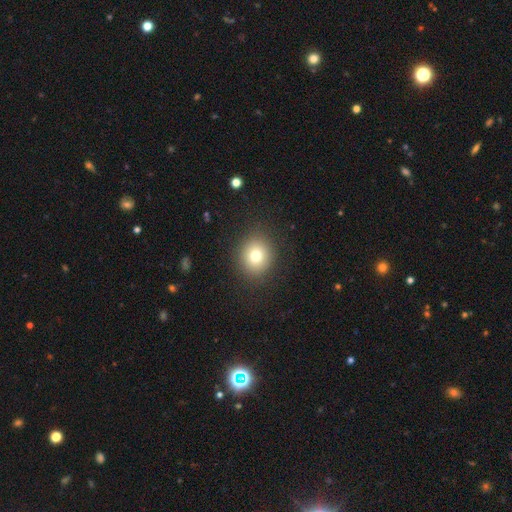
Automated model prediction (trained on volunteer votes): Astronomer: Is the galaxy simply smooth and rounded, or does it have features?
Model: smooth — 77%.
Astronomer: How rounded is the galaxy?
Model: round — 82%.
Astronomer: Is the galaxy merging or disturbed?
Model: none — 88%.